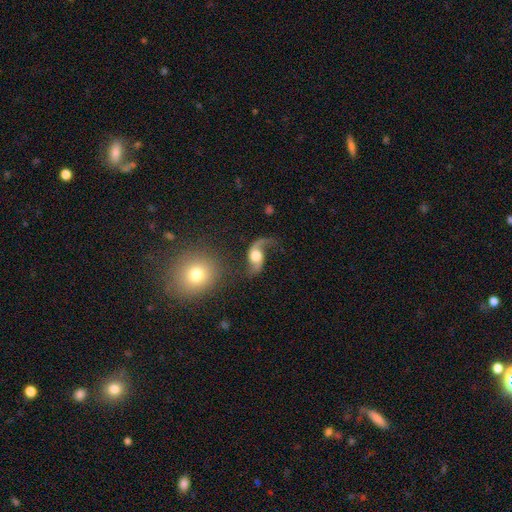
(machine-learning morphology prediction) Overall: featured or disk (82%). Edge-on disk: no (96%). Bar: no (60%; weak 30%). Spiral arms: yes (95%). Spiral arm count: 2 (84%). Spiral winding: loose (85%). Bulge size: moderate (49%; large 35%). Merging: none (54%; major disturbance 21%).